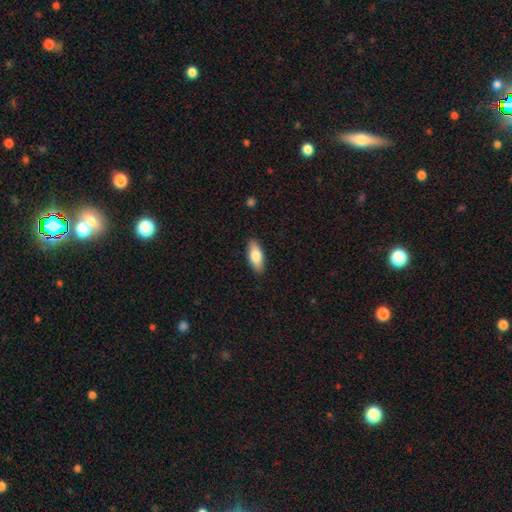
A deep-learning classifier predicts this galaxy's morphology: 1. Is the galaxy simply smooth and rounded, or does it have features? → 78% smooth, 16% featured or disk, 6% star or artifact.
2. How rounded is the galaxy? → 76% in between, 21% cigar-shaped, 2% round.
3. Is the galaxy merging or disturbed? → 89% none, 9% minor disturbance, 2% major disturbance, 1% merger.